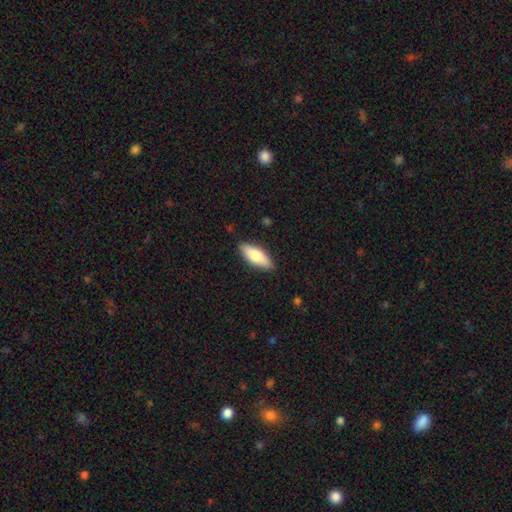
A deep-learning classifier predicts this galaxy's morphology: Q: Smooth or featured?
A: smooth (74%); runner-up: featured or disk (20%)
Q: How rounded?
A: in between (68%); runner-up: cigar-shaped (30%)
Q: Merging?
A: none (87%); runner-up: minor disturbance (10%)